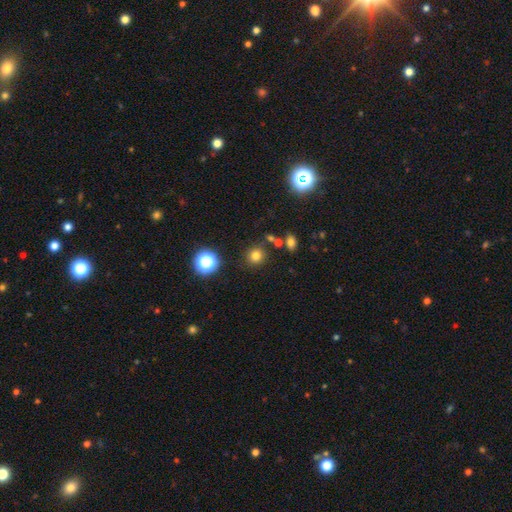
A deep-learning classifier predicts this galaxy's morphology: Overall: smooth (76%). How rounded: round (90%). Merging: none (83%).